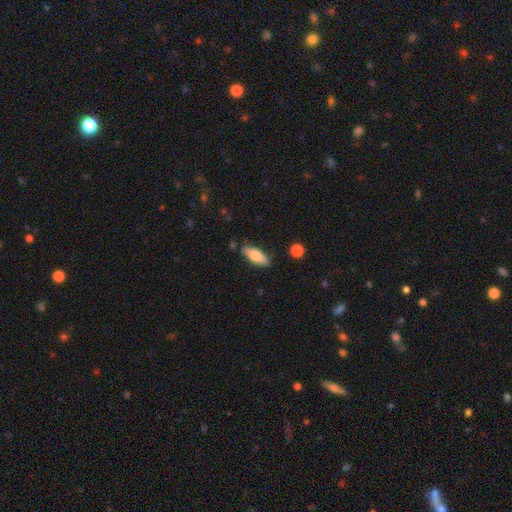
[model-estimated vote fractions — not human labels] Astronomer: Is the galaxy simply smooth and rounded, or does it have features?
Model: smooth — 73%.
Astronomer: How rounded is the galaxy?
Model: in between — 68%.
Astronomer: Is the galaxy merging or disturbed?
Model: none — 78%.